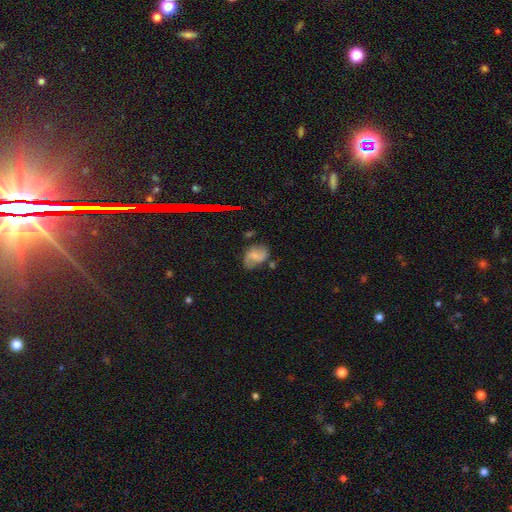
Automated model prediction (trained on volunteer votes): featured or disk 47%, smooth 40%, star or artifact 13%. Down the decision tree: merging — none (57%).